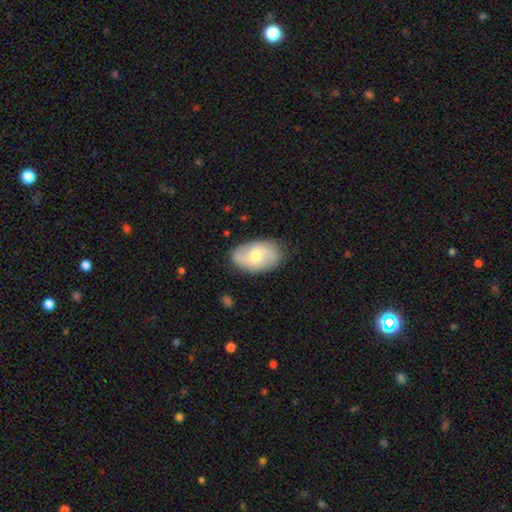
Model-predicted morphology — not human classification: Smooth or featured: smooth — 53% (featured or disk — 41%)
How rounded: in between — 90% (round — 8%)
Merging: none — 81% (minor disturbance — 14%)